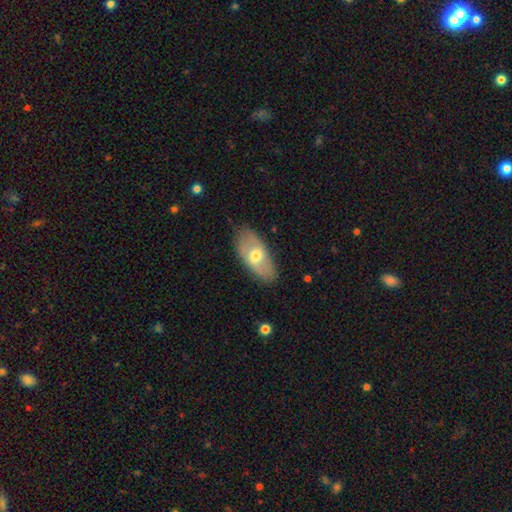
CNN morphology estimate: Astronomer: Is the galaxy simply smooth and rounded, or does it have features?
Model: smooth — 54% (runner-up: featured or disk, 40%).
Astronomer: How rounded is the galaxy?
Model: in between — 89%.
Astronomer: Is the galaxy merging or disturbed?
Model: none — 78%.